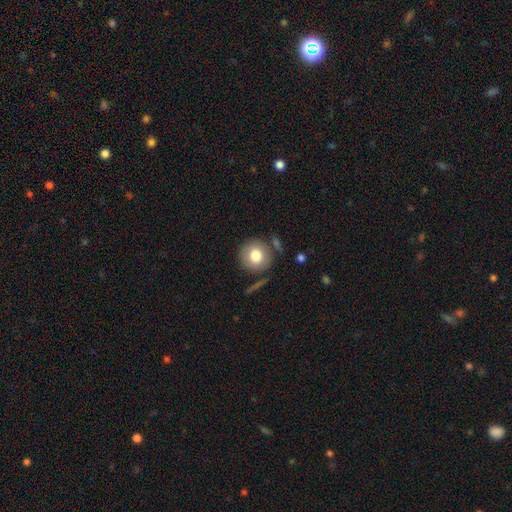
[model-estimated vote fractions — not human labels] A smooth galaxy with no disk features (78%) that is round (92%). Merging: none (80%).